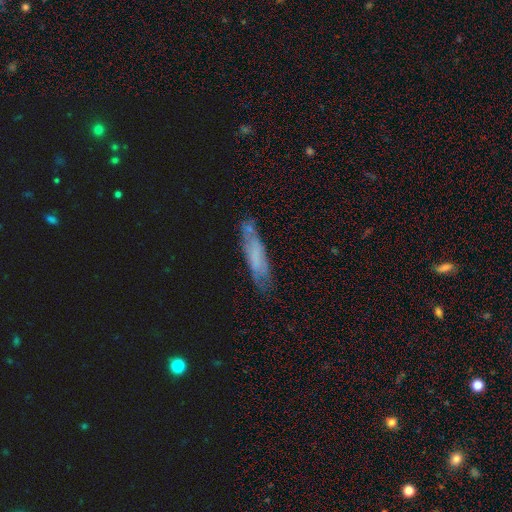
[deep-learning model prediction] Smooth or featured?
  - smooth: 48% *
  - featured or disk: 42%
  - star or artifact: 11%
Merging?
  - none: 68% *
  - minor disturbance: 22%
  - major disturbance: 7%
  - merger: 4%